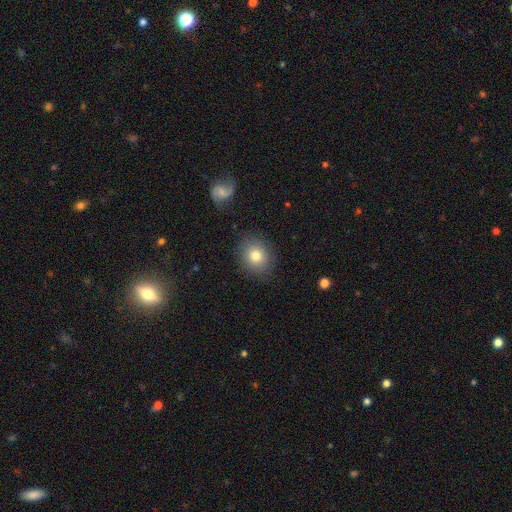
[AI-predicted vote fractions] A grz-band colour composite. It shows a smooth galaxy with no disk features (79%) that is round (71%). Merging: none (85%).